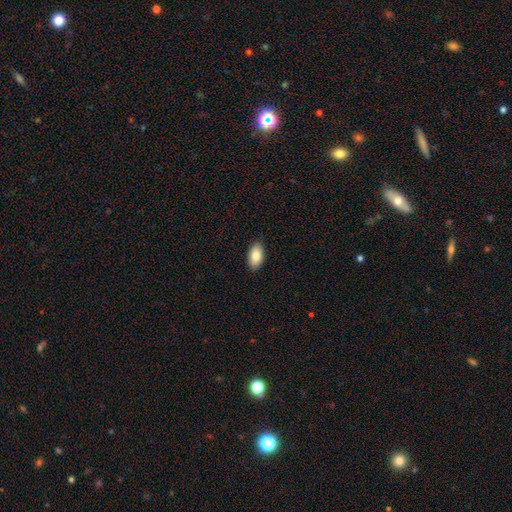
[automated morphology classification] This appears to be a smooth galaxy with no disk features (83%) that is in between round and cigar-shaped (94%). Merging: none (88%).